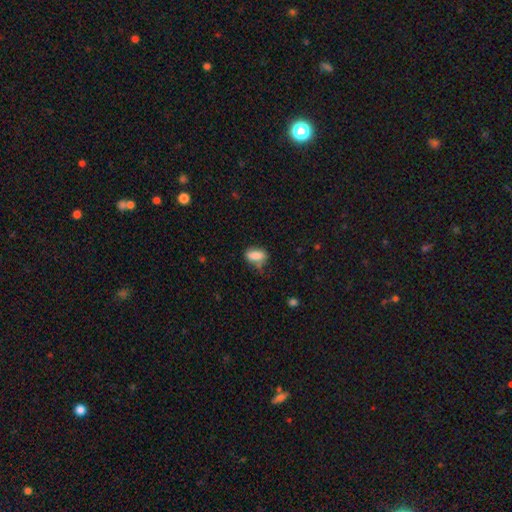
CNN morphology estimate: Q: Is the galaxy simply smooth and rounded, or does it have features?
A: smooth — 83%.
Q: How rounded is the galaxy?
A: in between — 85%.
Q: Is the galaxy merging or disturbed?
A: none — 56%.